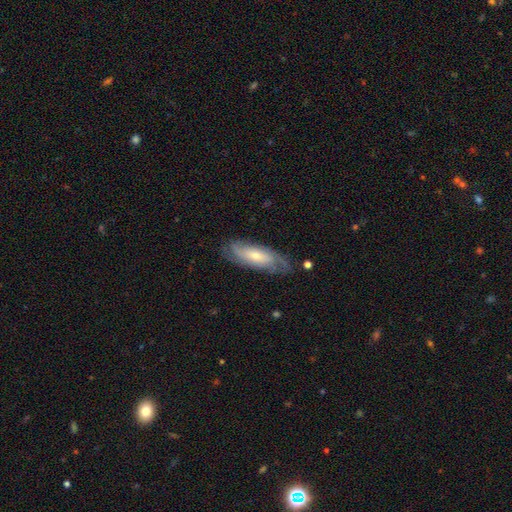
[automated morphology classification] The model was most divided on "smooth or featured": featured or disk: 61%, smooth: 33%, star or artifact: 6%. More confident: edge-on disk — no (80%); merging — none (72%).